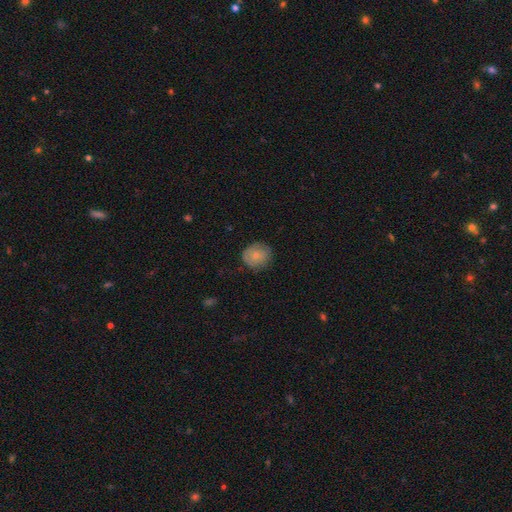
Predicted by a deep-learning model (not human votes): smooth_or_featured: smooth (p=0.79) [alt: featured or disk p=0.14]
how_rounded: round (p=0.84) [alt: in between p=0.15]
merging: none (p=0.79) [alt: minor disturbance p=0.16]